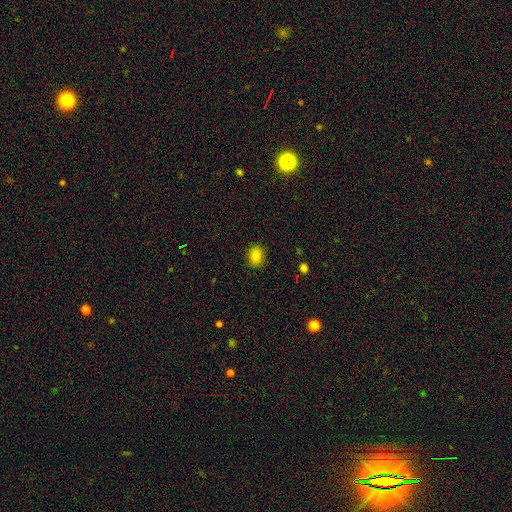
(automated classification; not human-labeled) The model was most divided on "how rounded": round: 50%, in between: 49%, cigar-shaped: 1%. More confident: merging — none (88%); smooth or featured — smooth (83%).